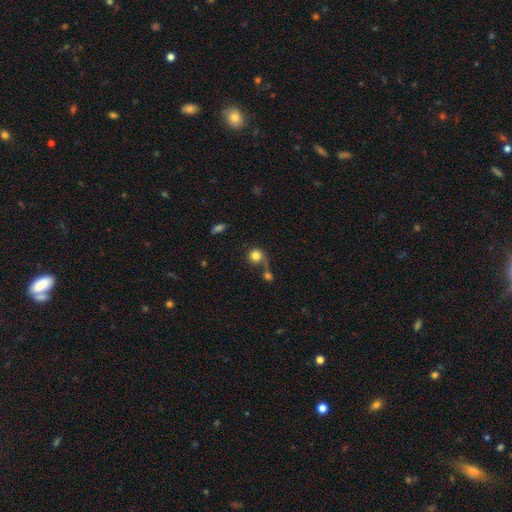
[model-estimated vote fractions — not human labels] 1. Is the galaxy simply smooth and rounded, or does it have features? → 80% smooth, 11% featured or disk, 9% star or artifact.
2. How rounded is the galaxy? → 88% round, 11% in between, 1% cigar-shaped.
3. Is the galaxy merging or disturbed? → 43% none, 29% merger, 14% major disturbance, 14% minor disturbance.